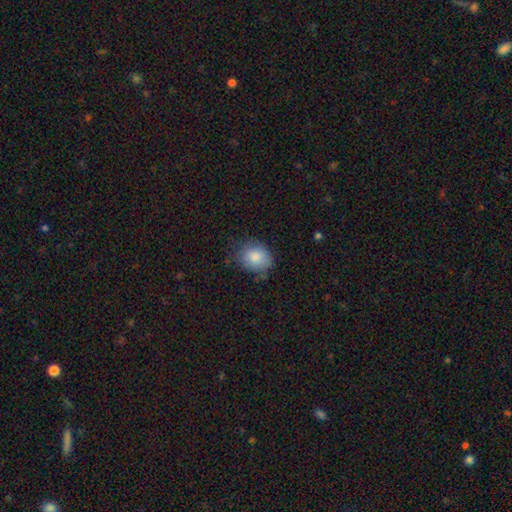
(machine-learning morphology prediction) A smooth galaxy with no disk features (85%) that is round (54%). Merging: none (72%).